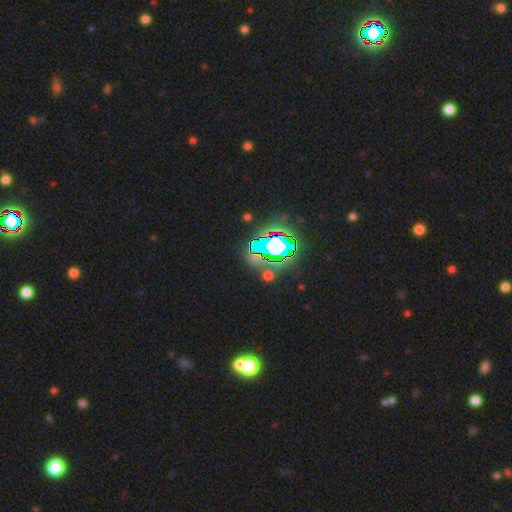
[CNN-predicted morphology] Overall: star or artifact (71%).